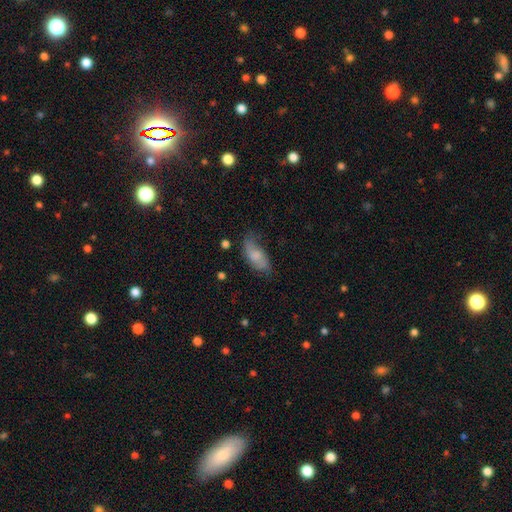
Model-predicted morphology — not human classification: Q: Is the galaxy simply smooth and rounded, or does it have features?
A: smooth — 66%.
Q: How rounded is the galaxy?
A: in between — 87%.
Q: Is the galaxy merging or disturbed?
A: none — 53%.